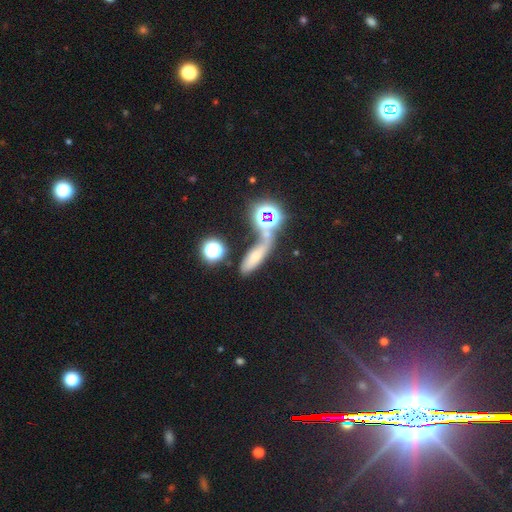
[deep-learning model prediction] Smooth or featured? smooth (50%)
Merging? none (47%)